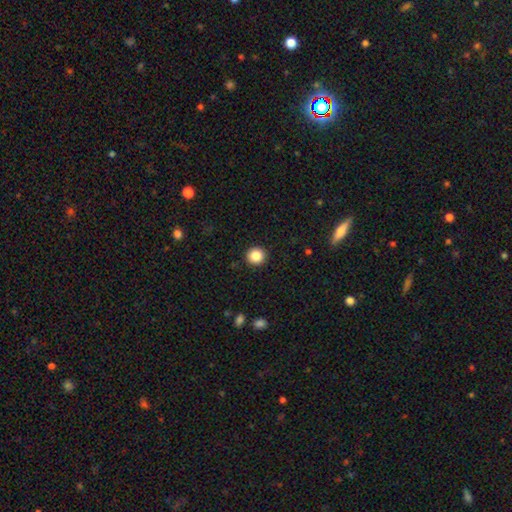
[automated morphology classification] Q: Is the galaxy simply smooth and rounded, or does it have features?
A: smooth — 86%.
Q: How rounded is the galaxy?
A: round — 94%.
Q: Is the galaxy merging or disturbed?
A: none — 93%.